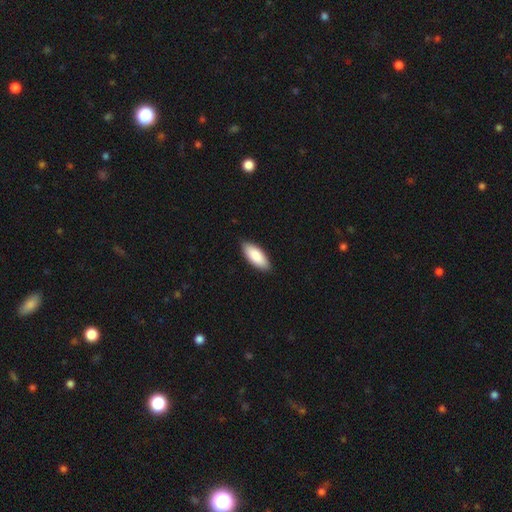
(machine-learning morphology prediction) Smooth or featured?
  - smooth: 89% *
  - featured or disk: 6%
  - star or artifact: 5%
How rounded?
  - in between: 81% *
  - cigar-shaped: 17%
  - round: 1%
Merging?
  - none: 88% *
  - minor disturbance: 9%
  - major disturbance: 2%
  - merger: 1%